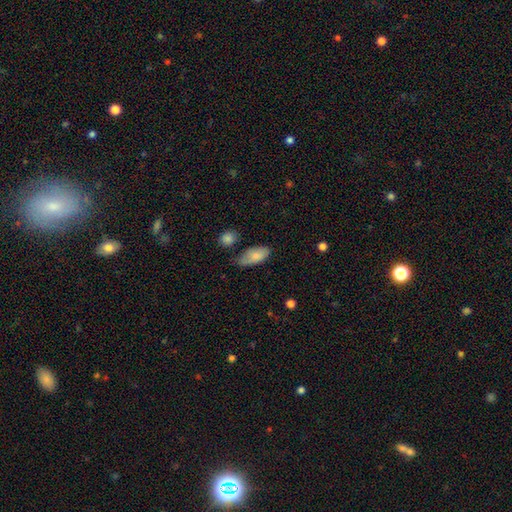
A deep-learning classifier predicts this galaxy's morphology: Overall: smooth (81%). How rounded: in between (90%). Merging: none (51%; minor disturbance 35%).